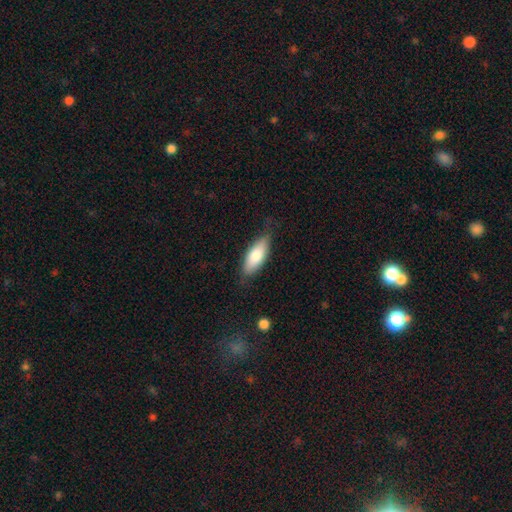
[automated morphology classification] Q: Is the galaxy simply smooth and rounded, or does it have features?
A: smooth — 75%.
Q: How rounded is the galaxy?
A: in between — 77%.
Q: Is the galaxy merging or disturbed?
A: none — 76%.